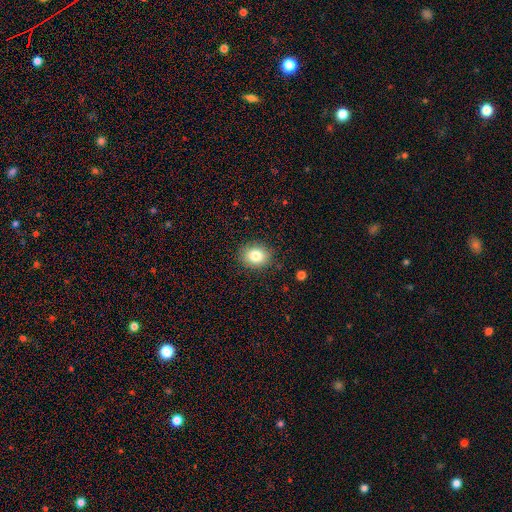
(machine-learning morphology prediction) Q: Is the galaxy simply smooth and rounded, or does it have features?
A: smooth — 82%.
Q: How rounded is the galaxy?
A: round — 61%.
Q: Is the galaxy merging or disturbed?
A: none — 87%.